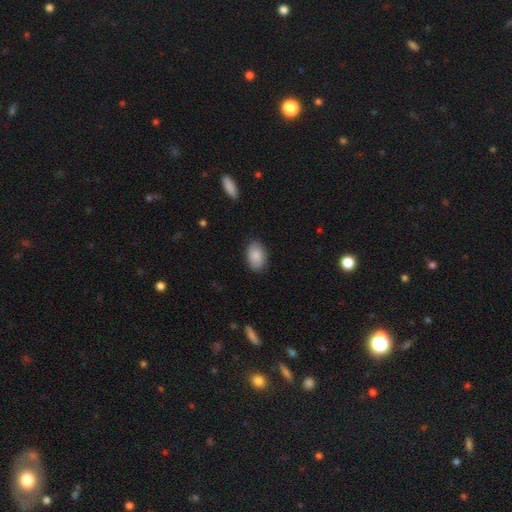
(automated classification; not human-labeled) The model was most divided on "merging": none: 85%, minor disturbance: 11%, major disturbance: 2%, merger: 1%. More confident: how rounded — in between (89%); smooth or featured — smooth (88%).